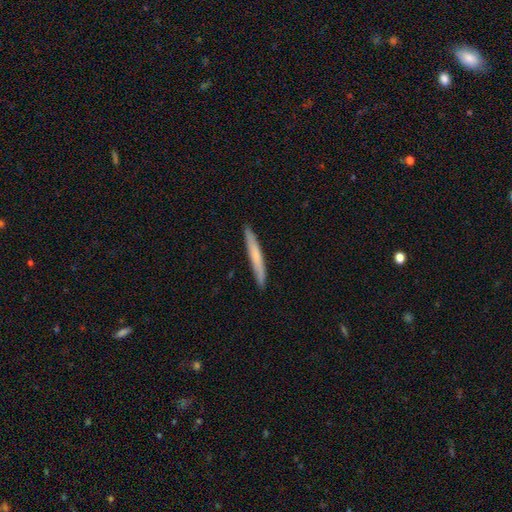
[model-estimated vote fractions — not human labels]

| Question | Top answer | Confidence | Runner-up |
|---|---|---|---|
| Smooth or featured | smooth | 62% | featured or disk (32%) |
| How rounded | cigar-shaped | 97% | in between (2%) |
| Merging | none | 91% | minor disturbance (7%) |